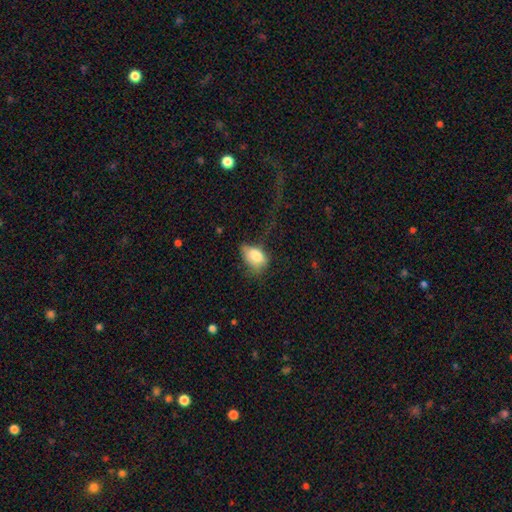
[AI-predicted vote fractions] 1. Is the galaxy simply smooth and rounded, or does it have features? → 78% smooth, 14% featured or disk, 8% star or artifact.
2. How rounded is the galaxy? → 87% in between, 12% round, 2% cigar-shaped.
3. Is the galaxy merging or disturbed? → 32% major disturbance (tied), 32% none (tied), 32% minor disturbance (tied), 4% merger.